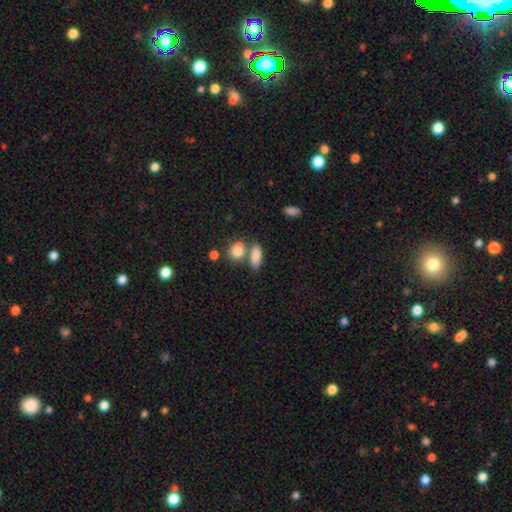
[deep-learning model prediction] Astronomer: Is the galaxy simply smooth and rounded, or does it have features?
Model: smooth — 83%.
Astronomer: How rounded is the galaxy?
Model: in between — 78%.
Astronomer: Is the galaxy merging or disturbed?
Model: none — 52% (runner-up: merger, 31%).